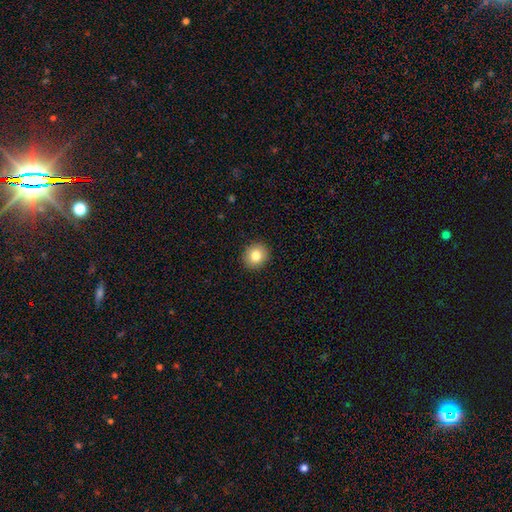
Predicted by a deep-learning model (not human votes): smooth-or-featured: smooth: 81% | star or artifact: 10% | featured or disk: 9%
  how-rounded: round: 84% | in between: 15% | cigar-shaped: 1%
  merging: none: 92% | minor disturbance: 6% | major disturbance: 2% | merger: 1%